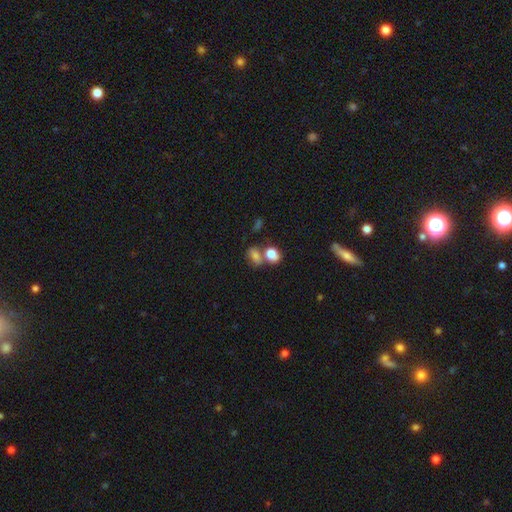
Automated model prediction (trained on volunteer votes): Smooth or featured? Predicted: smooth (p=0.75). How rounded? Predicted: in between (p=0.68). Merging? Predicted: none (p=0.42).